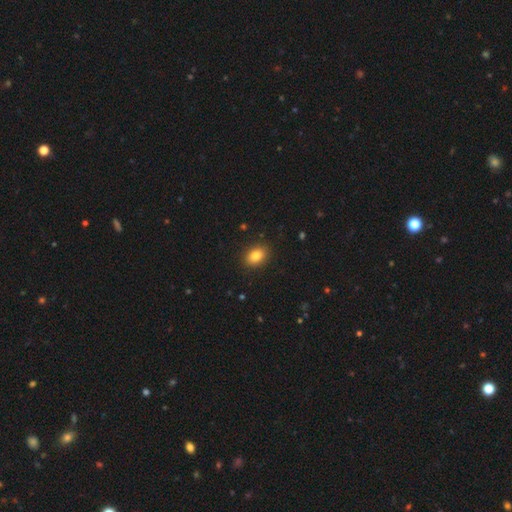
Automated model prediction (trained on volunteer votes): A smooth galaxy with no disk features (84%) that is in between round and cigar-shaped (80%). Merging: none (89%).